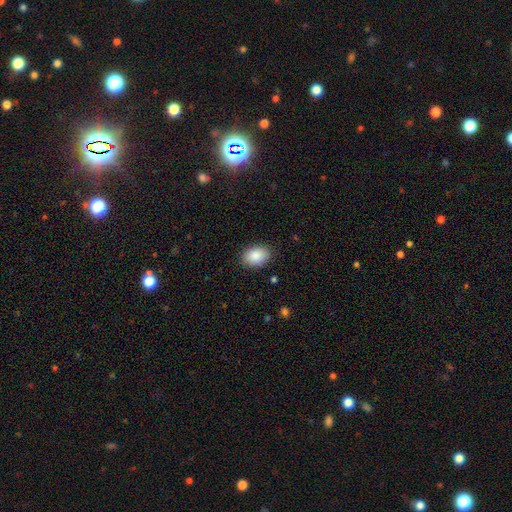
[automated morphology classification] Overall: smooth (89%). How rounded: in between (85%). Merging: none (87%).